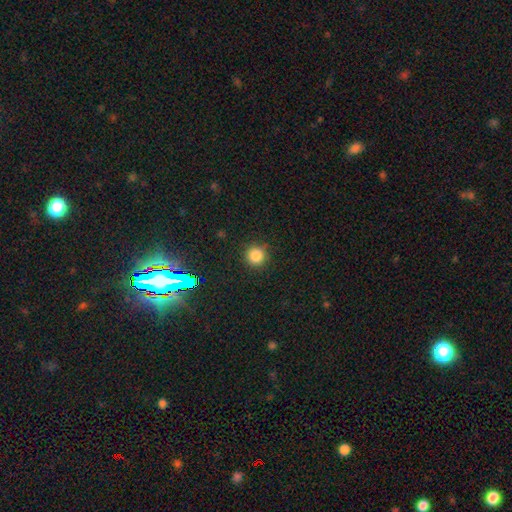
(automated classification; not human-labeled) Smooth or featured? Predicted: smooth (p=0.81). How rounded? Predicted: round (p=0.95). Merging? Predicted: none (p=0.90).